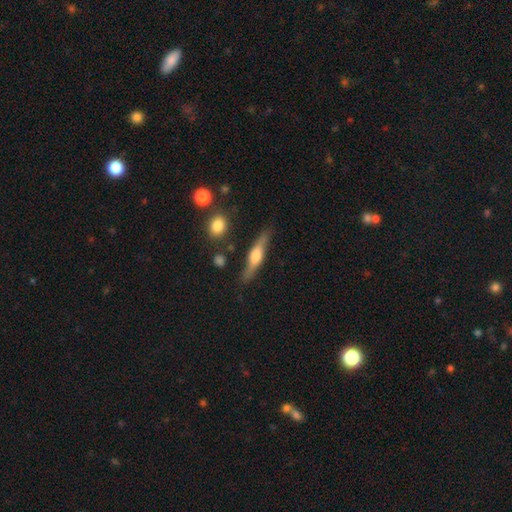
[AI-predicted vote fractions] Smooth or featured? featured or disk (61%)
Edge-on disk? yes (92%)
Edge-on bulge? rounded (88%)
Merging? none (81%)